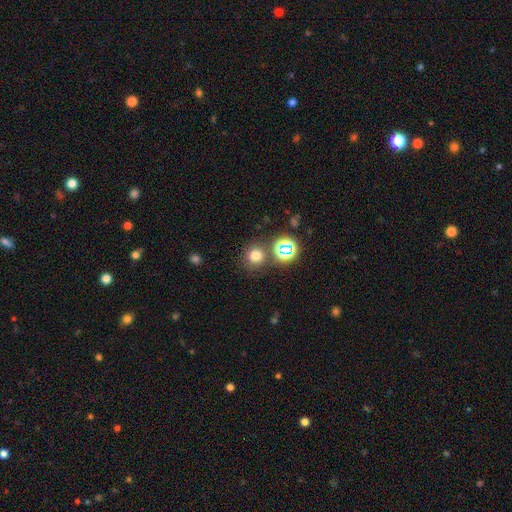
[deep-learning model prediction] Q: Smooth or featured?
A: smooth (72%); runner-up: star or artifact (22%)
Q: How rounded?
A: round (90%); runner-up: in between (9%)
Q: Merging?
A: none (78%); runner-up: merger (10%)